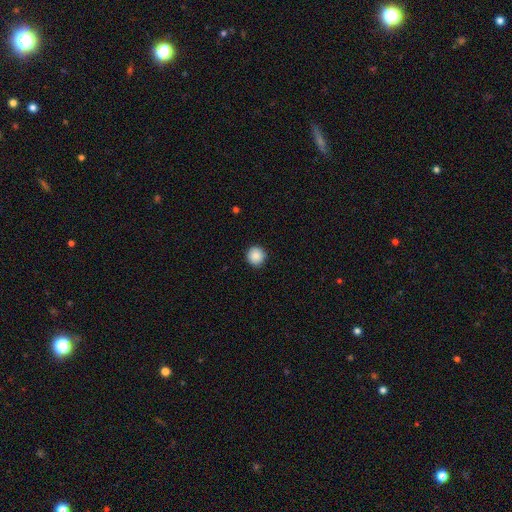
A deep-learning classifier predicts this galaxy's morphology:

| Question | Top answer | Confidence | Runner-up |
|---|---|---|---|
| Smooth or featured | smooth | 89% | star or artifact (9%) |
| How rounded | round | 95% | in between (4%) |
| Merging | none | 92% | minor disturbance (5%) |